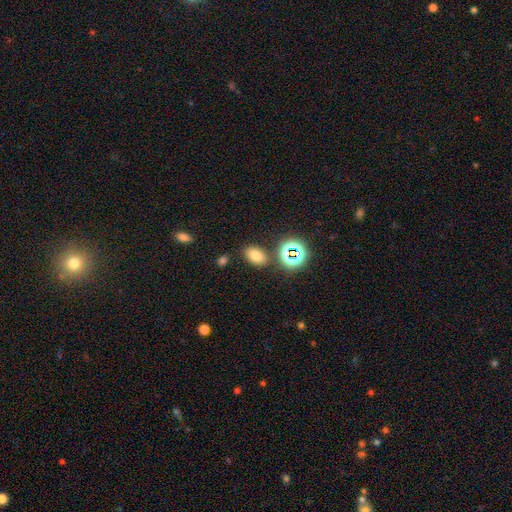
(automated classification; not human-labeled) smooth-or-featured: smooth: 72% | star or artifact: 19% | featured or disk: 9%
  how-rounded: in between: 81% | round: 17% | cigar-shaped: 1%
  merging: none: 81% | minor disturbance: 10% | merger: 6% | major disturbance: 3%